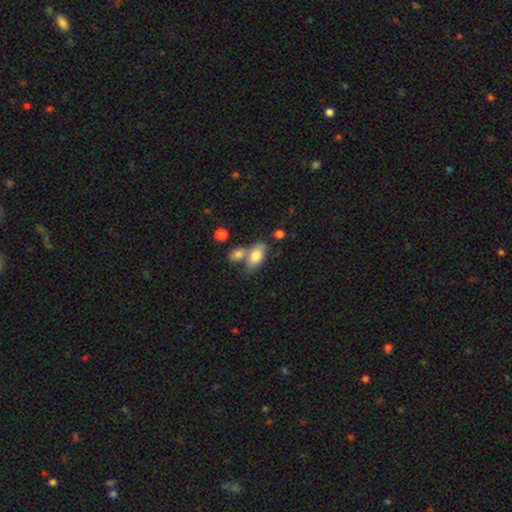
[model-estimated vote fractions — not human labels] Smooth or featured? Predicted: smooth (p=0.76). How rounded? Predicted: in between (p=0.88). Merging? Predicted: none (p=0.42).